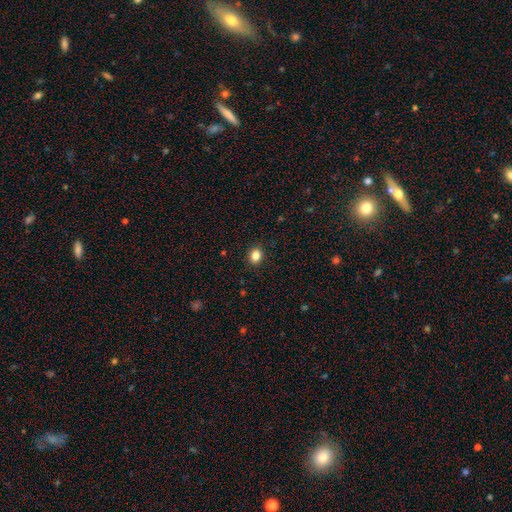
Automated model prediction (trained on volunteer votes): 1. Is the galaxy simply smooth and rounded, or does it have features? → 85% smooth, 11% star or artifact, 5% featured or disk.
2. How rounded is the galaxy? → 53% in between, 46% round, 1% cigar-shaped.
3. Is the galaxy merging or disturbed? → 90% none, 7% minor disturbance, 2% major disturbance, 1% merger.